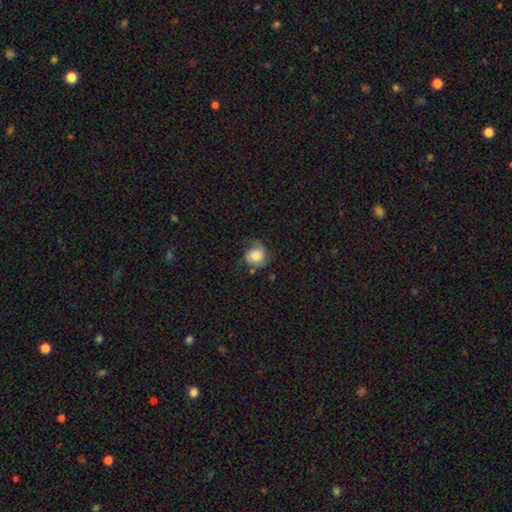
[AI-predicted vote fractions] A smooth galaxy with no disk features (59%) that is round (75%). Merging: none (47%).